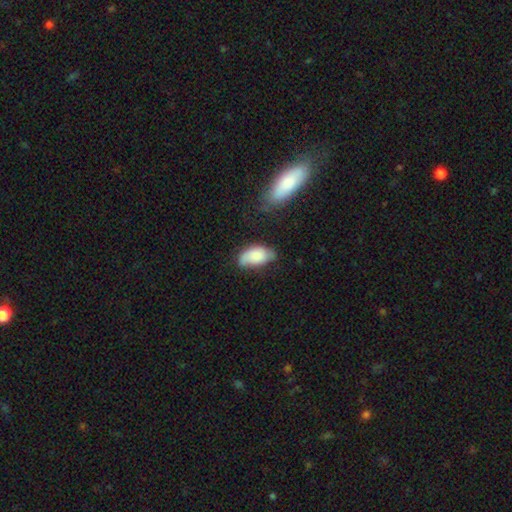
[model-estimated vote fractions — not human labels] Q: Smooth or featured?
A: smooth (76%); runner-up: featured or disk (17%)
Q: How rounded?
A: in between (94%); runner-up: round (3%)
Q: Merging?
A: none (50%); runner-up: minor disturbance (35%)